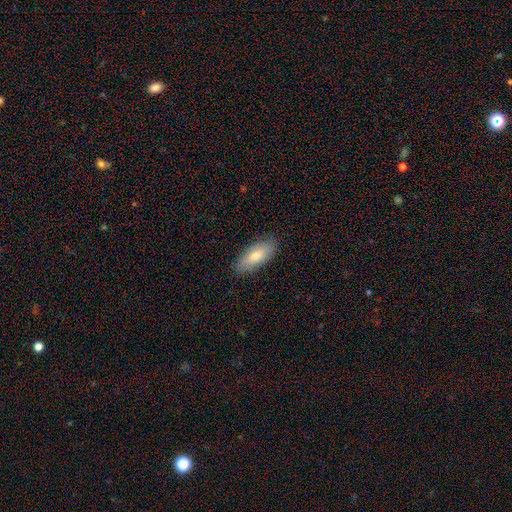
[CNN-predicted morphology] Smooth or featured?
  - smooth: 73% *
  - featured or disk: 21%
  - star or artifact: 6%
How rounded?
  - in between: 79% *
  - cigar-shaped: 19%
  - round: 2%
Merging?
  - none: 86% *
  - minor disturbance: 11%
  - major disturbance: 2%
  - merger: 1%